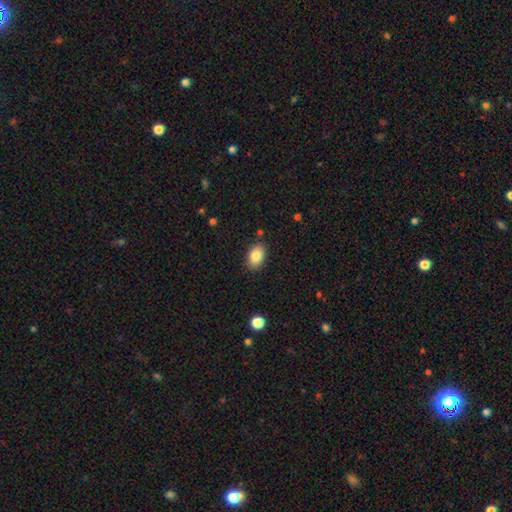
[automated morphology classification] smooth 85%, star or artifact 8%, featured or disk 7%. Down the decision tree: how rounded — in between (89%); merging — none (85%).